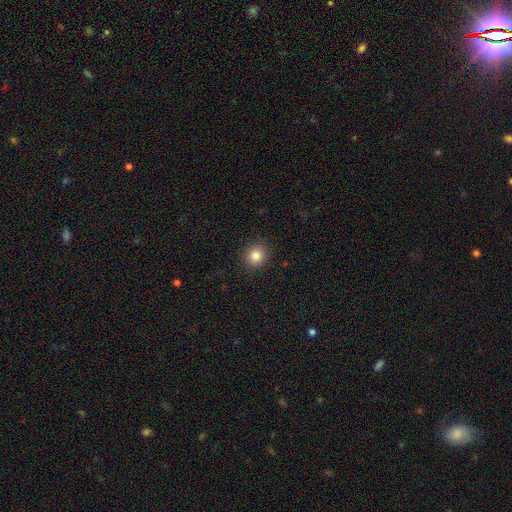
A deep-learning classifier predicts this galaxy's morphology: smooth-or-featured: smooth: 83% | star or artifact: 11% | featured or disk: 6%
  how-rounded: round: 83% | in between: 16% | cigar-shaped: 1%
  merging: none: 90% | minor disturbance: 6% | major disturbance: 2% | merger: 1%